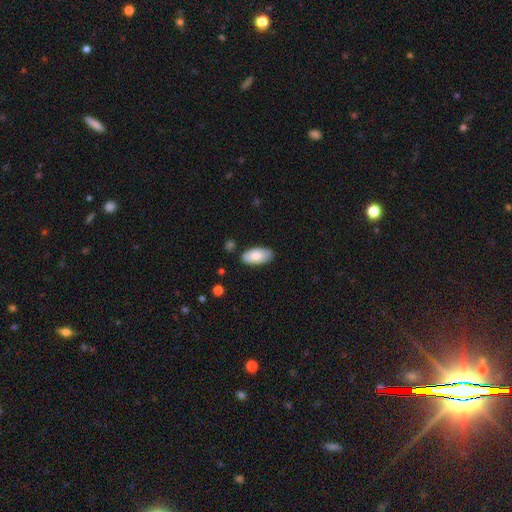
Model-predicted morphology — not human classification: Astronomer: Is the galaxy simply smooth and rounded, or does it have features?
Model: smooth — 82%.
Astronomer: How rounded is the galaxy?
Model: in between — 94%.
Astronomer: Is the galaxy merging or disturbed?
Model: none — 81%.